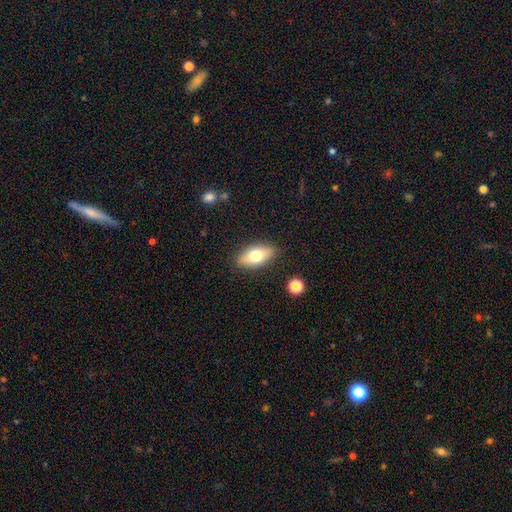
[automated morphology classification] A smooth galaxy with no disk features (70%) that is in between round and cigar-shaped (87%).

Vote fractions:
- Smooth or featured? smooth: 70% / featured or disk: 22% / star or artifact: 8%
- How rounded? in between: 87% / cigar-shaped: 7% / round: 5%
- Merging? none: 86% / minor disturbance: 10% / major disturbance: 2% / merger: 1%